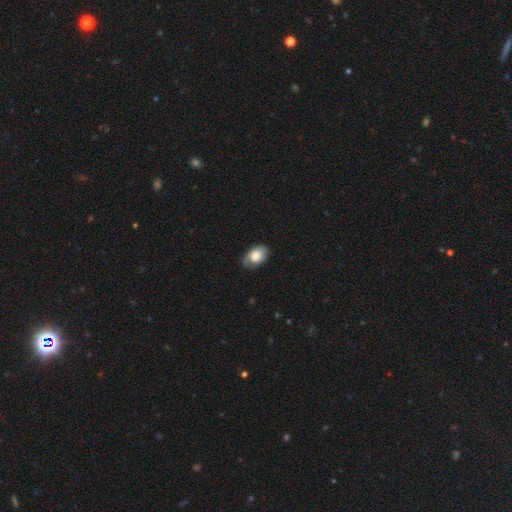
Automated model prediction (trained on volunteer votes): Smooth or featured? smooth (66%)
How rounded? in between (89%)
Merging? none (70%)